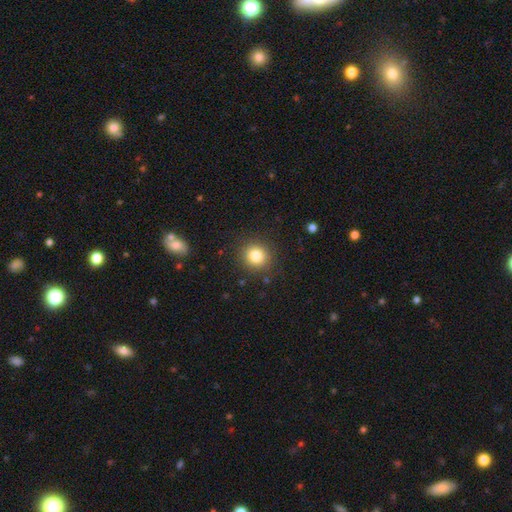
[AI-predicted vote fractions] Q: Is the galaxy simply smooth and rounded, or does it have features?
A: smooth — 83%.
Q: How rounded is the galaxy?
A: round — 89%.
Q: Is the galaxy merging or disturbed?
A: none — 89%.